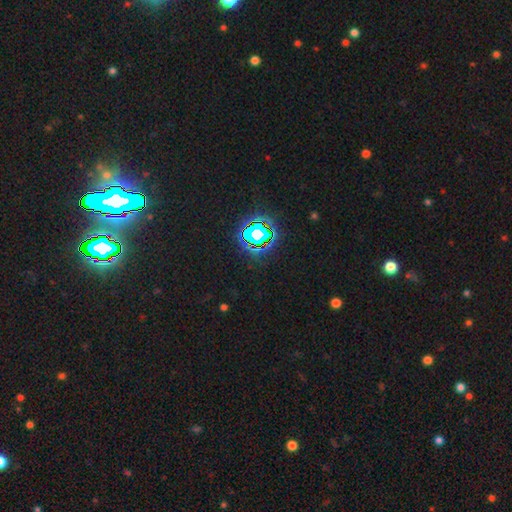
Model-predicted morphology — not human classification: star or artifact 84%, smooth 9%, featured or disk 7%.